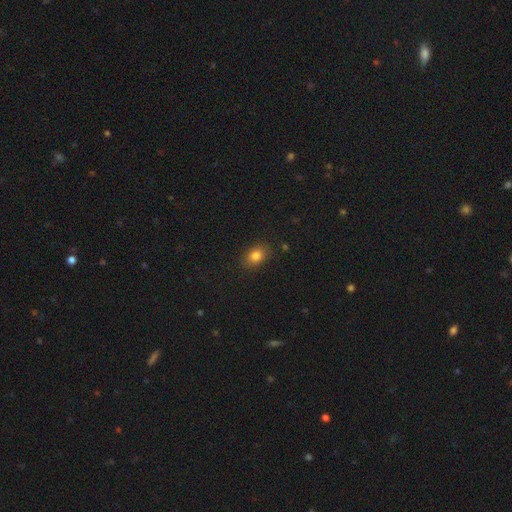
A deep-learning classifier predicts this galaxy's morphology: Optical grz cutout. It shows a smooth galaxy with no disk features (82%) that is in between round and cigar-shaped (72%). Merging: none (85%).